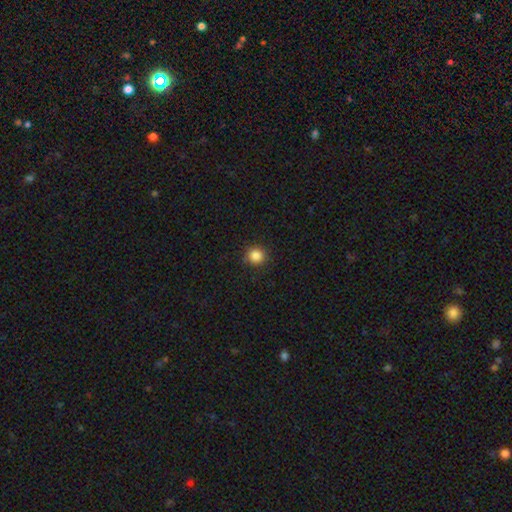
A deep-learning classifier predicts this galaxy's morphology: A smooth galaxy with no disk features (85%) that is round (93%). Merging: none (90%).